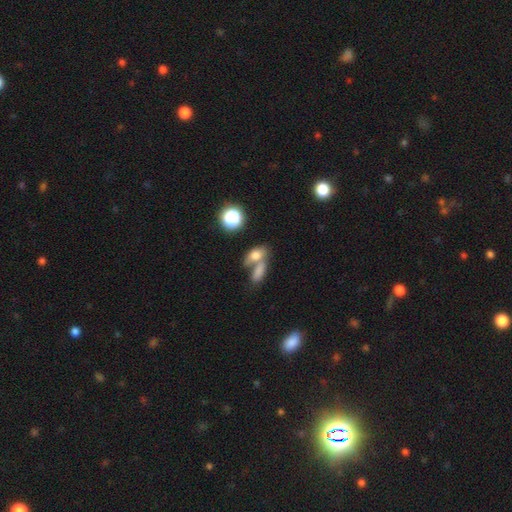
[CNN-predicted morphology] Smooth or featured?
  - smooth: 74% *
  - featured or disk: 14%
  - star or artifact: 12%
How rounded?
  - in between: 80% *
  - round: 13%
  - cigar-shaped: 8%
Merging?
  - merger: 52% *
  - none: 33%
  - minor disturbance: 10%
  - major disturbance: 6%